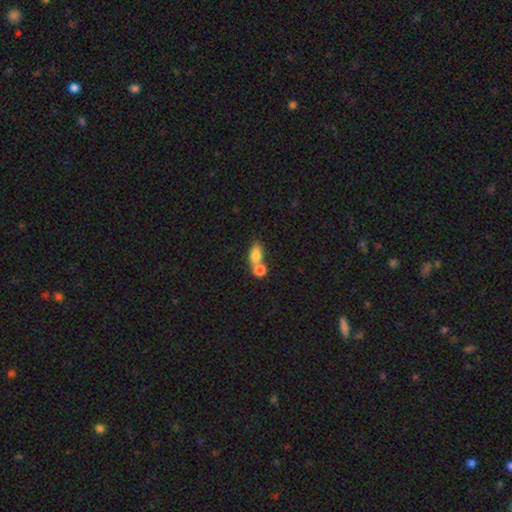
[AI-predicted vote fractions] The model was most divided on "merging": merger: 53%, none: 33%, minor disturbance: 9%, major disturbance: 5%. More confident: smooth or featured — smooth (80%); how rounded — in between (77%).